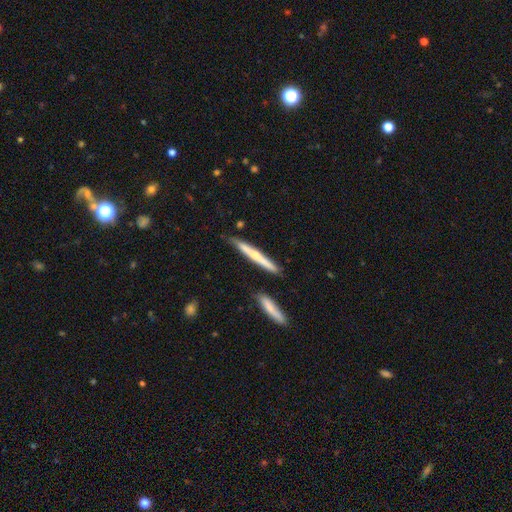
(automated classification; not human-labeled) This appears to be a smooth galaxy with no disk features (49%). Merging: none (81%).